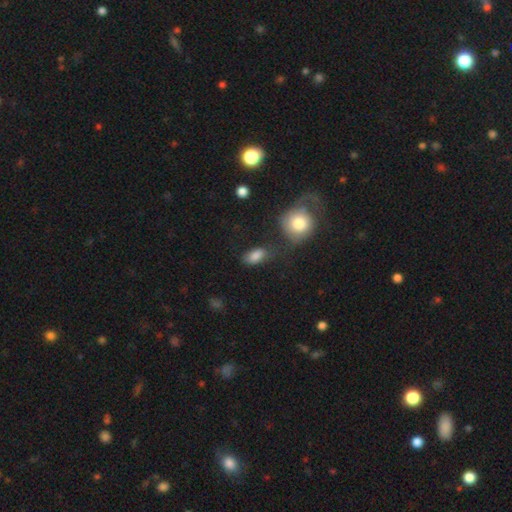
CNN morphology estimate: A smooth galaxy with no disk features (84%) that is in between round and cigar-shaped (87%). Merging: none (60%).